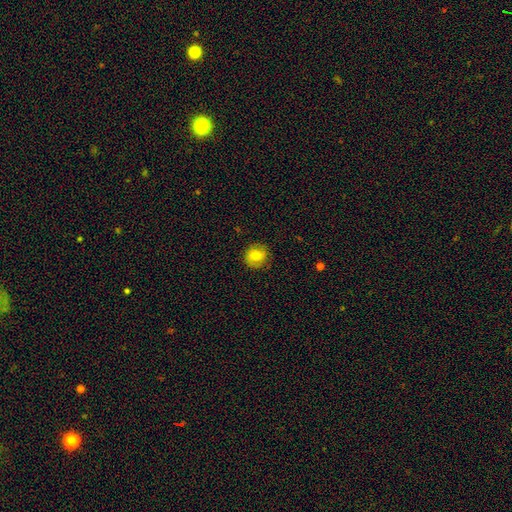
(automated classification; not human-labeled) smooth 75%, featured or disk 16%, star or artifact 9%. Down the decision tree: how rounded — round (87%); merging — none (85%).